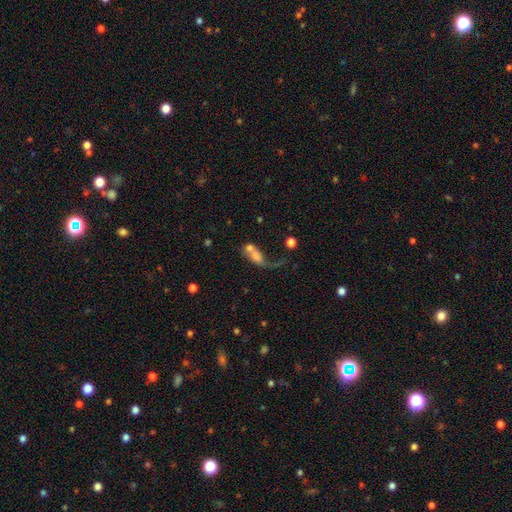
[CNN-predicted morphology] smooth-or-featured: smooth: 55% | featured or disk: 35% | star or artifact: 11%
  how-rounded: in between: 70% | round: 16% | cigar-shaped: 15%
  merging: merger: 53% | major disturbance: 23% | none: 15% | minor disturbance: 9%